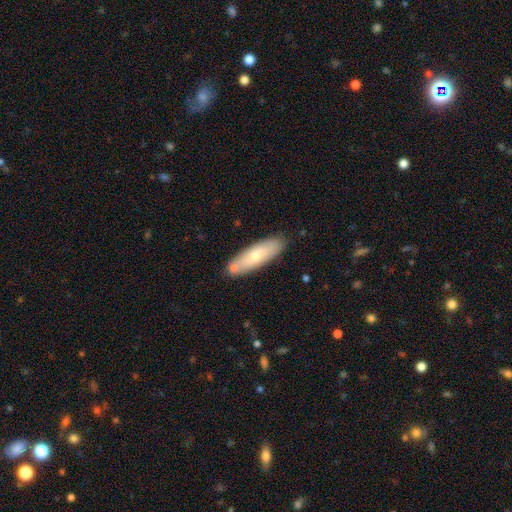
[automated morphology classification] A smooth galaxy with no disk features (63%) that is cigar-shaped (53%).

Vote fractions:
- Smooth or featured? smooth: 63% / featured or disk: 31% / star or artifact: 6%
- How rounded? cigar-shaped: 53% / in between: 45% / round: 2%
- Merging? none: 77% / minor disturbance: 12% / merger: 8% / major disturbance: 2%